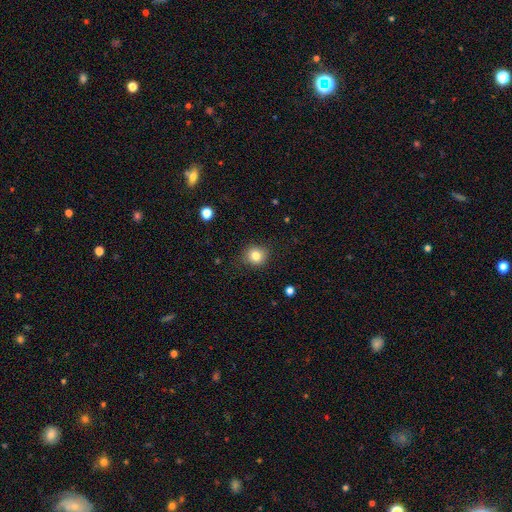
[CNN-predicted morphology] smooth-or-featured: smooth: 81% | star or artifact: 11% | featured or disk: 7%
  how-rounded: round: 85% | in between: 14% | cigar-shaped: 1%
  merging: none: 86% | minor disturbance: 10% | major disturbance: 3% | merger: 1%